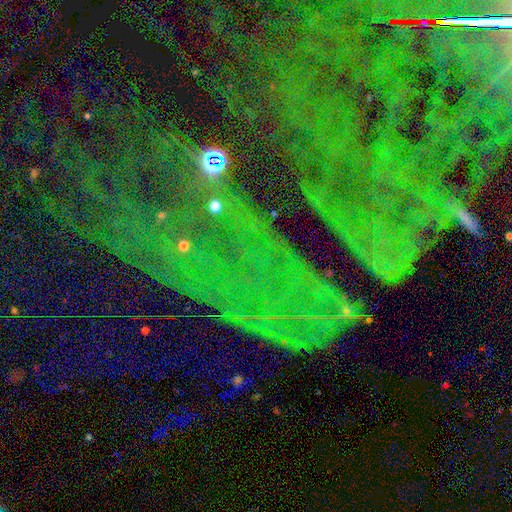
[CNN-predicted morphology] Smooth or featured? Predicted: star or artifact (p=0.78).